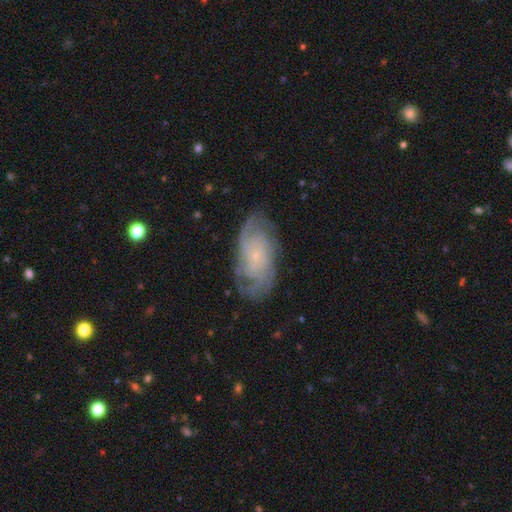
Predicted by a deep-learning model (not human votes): Smooth or featured: featured or disk — 81% (smooth — 13%)
Edge-on disk: no — 96% (yes — 4%)
Bar: no — 76% (weak — 20%)
Spiral arms: yes — 95% (no — 5%)
Spiral winding: tight — 56% (medium — 34%)
Spiral arm count: can't tell — 31% (2 — 28%)
Bulge size: small — 82% (moderate — 9%)
Merging: none — 75% (minor disturbance — 17%)